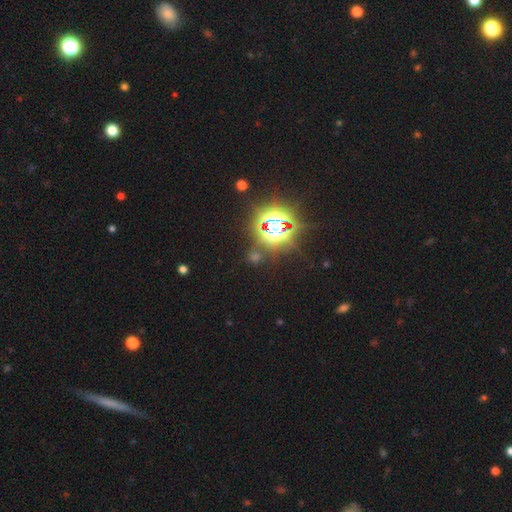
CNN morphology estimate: Smooth or featured?
  - star or artifact: 74% *
  - smooth: 18%
  - featured or disk: 8%